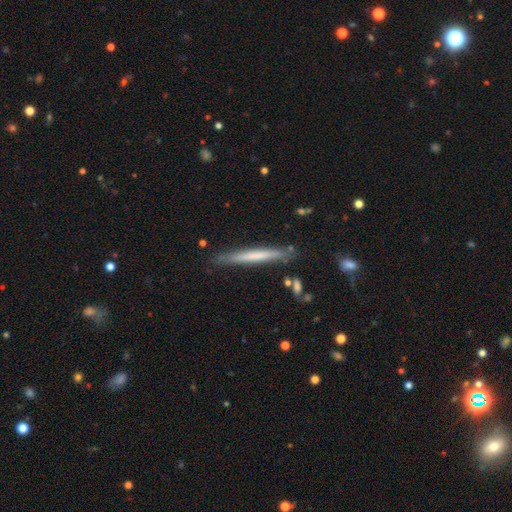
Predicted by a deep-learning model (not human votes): Smooth or featured: smooth — 53% (featured or disk — 41%)
How rounded: cigar-shaped — 97% (in between — 2%)
Merging: none — 85% (minor disturbance — 11%)